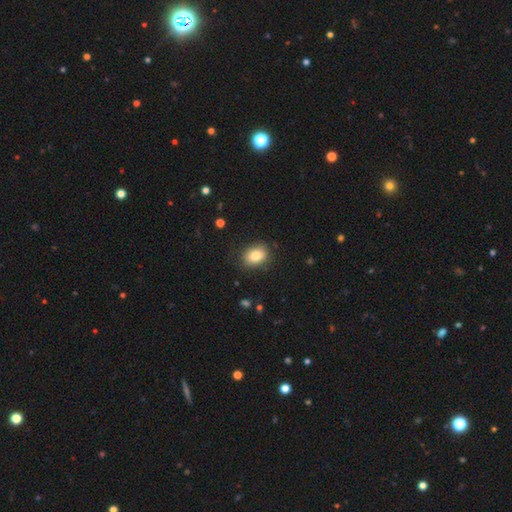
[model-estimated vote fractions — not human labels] A smooth galaxy with no disk features (82%) that is in between round and cigar-shaped (68%).

Vote fractions:
- Smooth or featured? smooth: 82% / star or artifact: 9% / featured or disk: 9%
- How rounded? in between: 68% / round: 31% / cigar-shaped: 1%
- Merging? none: 84% / minor disturbance: 12% / major disturbance: 3% / merger: 1%